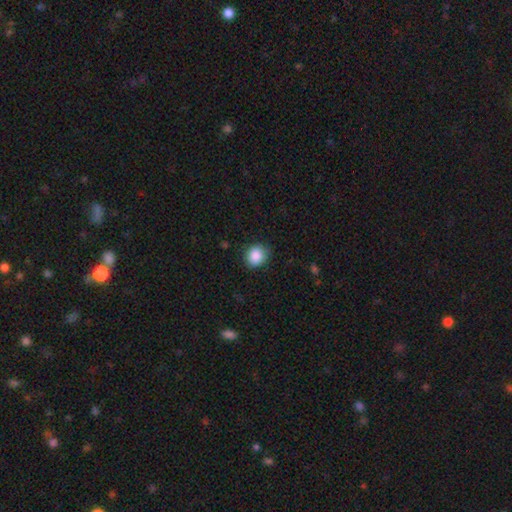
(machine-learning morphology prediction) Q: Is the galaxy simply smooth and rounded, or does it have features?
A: smooth — 88%.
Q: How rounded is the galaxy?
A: round — 73%.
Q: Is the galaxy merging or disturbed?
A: none — 84%.